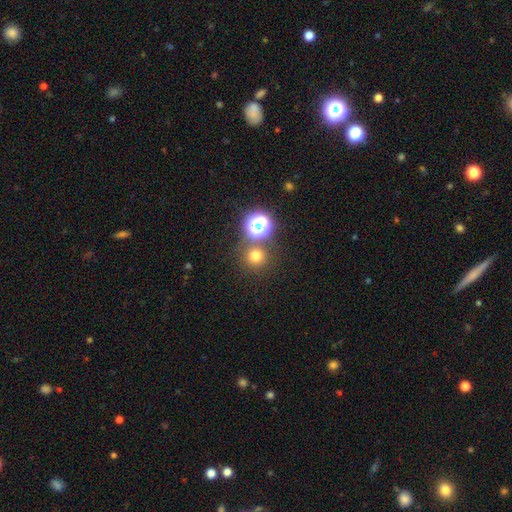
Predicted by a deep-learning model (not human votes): The model was most divided on "smooth or featured": smooth: 69%, star or artifact: 24%, featured or disk: 7%. More confident: how rounded — round (94%); merging — none (80%).